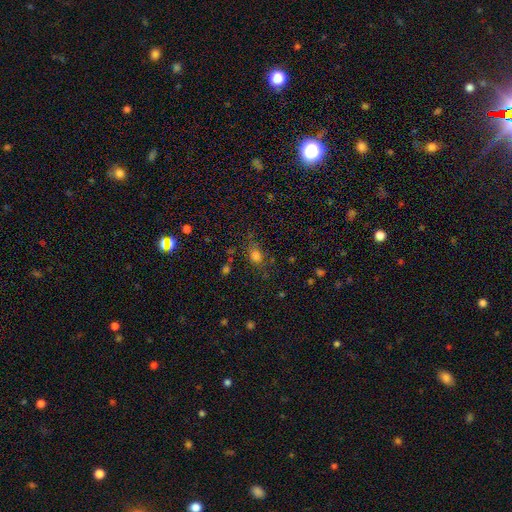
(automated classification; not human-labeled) Smooth or featured? Predicted: smooth (p=0.75). How rounded? Predicted: in between (p=0.49). Merging? Predicted: none (p=0.70).